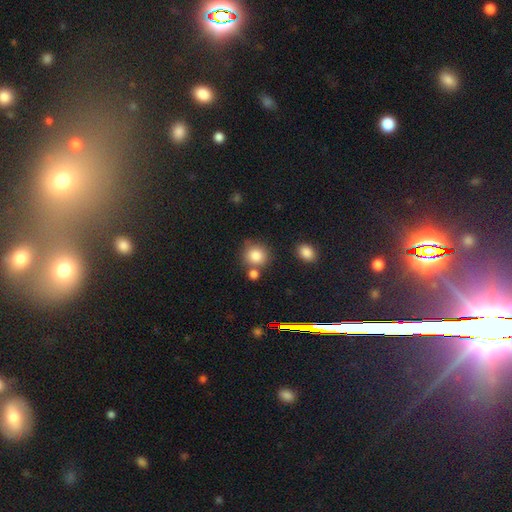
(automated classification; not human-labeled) This is clearly a smooth galaxy (83%). How rounded: clearly round (86%). Merging: likely none (67%).